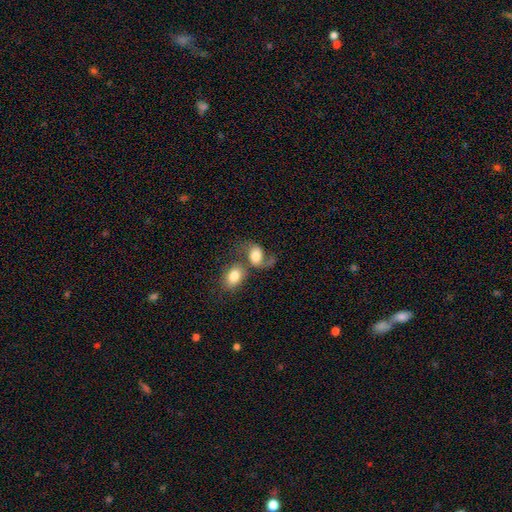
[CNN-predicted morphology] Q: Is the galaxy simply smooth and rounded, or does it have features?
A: smooth — 59%.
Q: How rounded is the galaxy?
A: in between — 68%.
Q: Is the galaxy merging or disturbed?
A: merger — 45%.